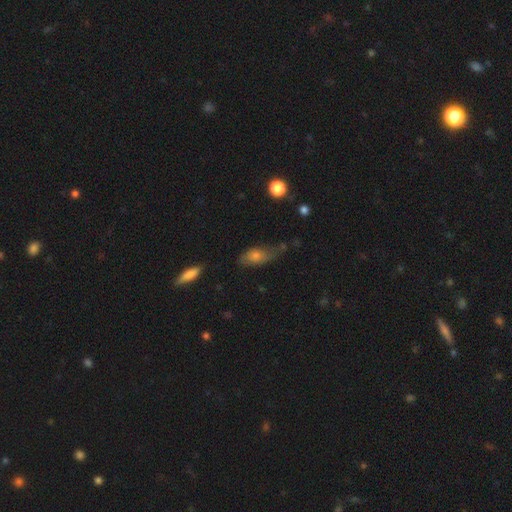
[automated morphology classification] This is likely a smooth galaxy (64%). How rounded: clearly in between (82%). Merging: marginally none (36%).